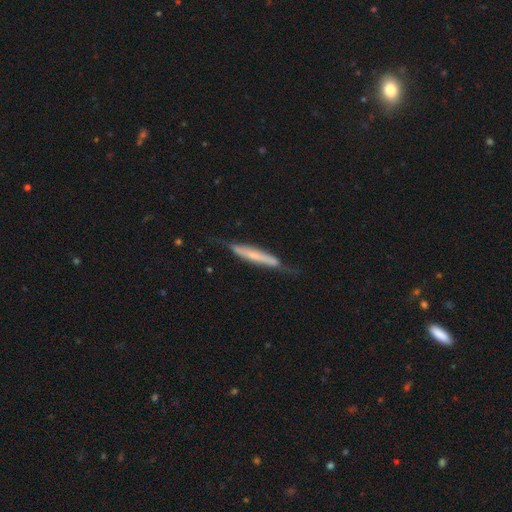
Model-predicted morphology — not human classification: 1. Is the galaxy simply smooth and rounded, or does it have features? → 54% featured or disk, 40% smooth, 6% star or artifact.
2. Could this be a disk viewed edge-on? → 83% yes, 17% no.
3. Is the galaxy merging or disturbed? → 62% none, 27% minor disturbance, 8% major disturbance, 2% merger.